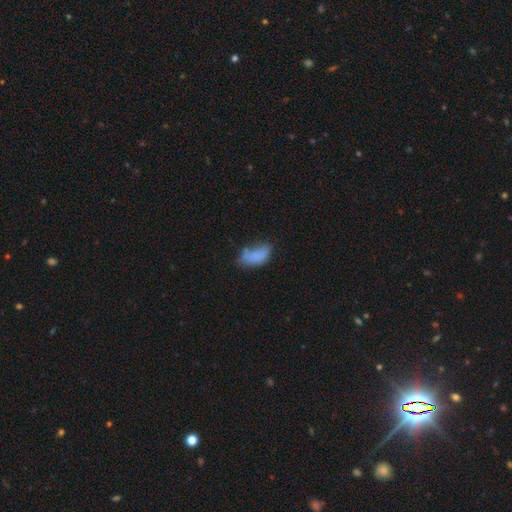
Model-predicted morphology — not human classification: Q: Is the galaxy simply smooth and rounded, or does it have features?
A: smooth — 77%.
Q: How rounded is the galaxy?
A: in between — 90%.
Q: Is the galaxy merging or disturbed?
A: none — 39%.